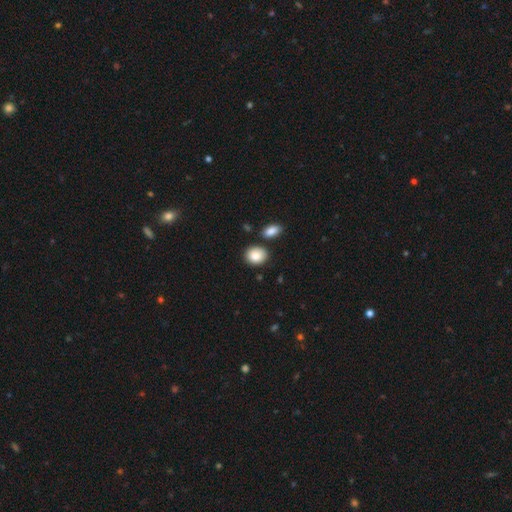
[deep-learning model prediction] Q: Smooth or featured?
A: smooth (86%); runner-up: star or artifact (8%)
Q: How rounded?
A: round (61%); runner-up: in between (37%)
Q: Merging?
A: none (79%); runner-up: minor disturbance (11%)